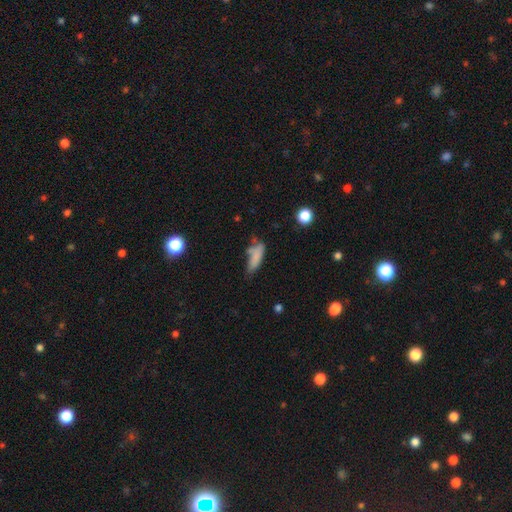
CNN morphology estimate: type=smooth (75%); roundness=in between (56%); merging=none (39%).